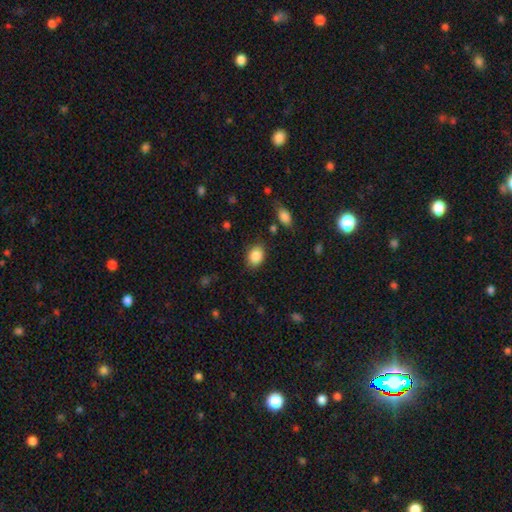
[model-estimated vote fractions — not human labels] A smooth galaxy with no disk features (87%) that is in between round and cigar-shaped (70%).

Vote fractions:
- Smooth or featured? smooth: 87% / star or artifact: 8% / featured or disk: 5%
- How rounded? in between: 70% / round: 29% / cigar-shaped: 1%
- Merging? none: 83% / minor disturbance: 12% / major disturbance: 3% / merger: 2%